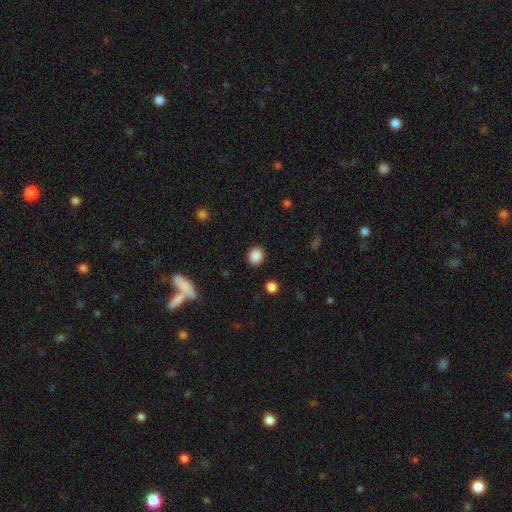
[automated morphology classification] A smooth galaxy with no disk features (87%) that is round (78%).

Vote fractions:
- Smooth or featured? smooth: 87% / star or artifact: 10% / featured or disk: 3%
- How rounded? round: 78% / in between: 21% / cigar-shaped: 1%
- Merging? none: 89% / minor disturbance: 7% / major disturbance: 2% / merger: 1%